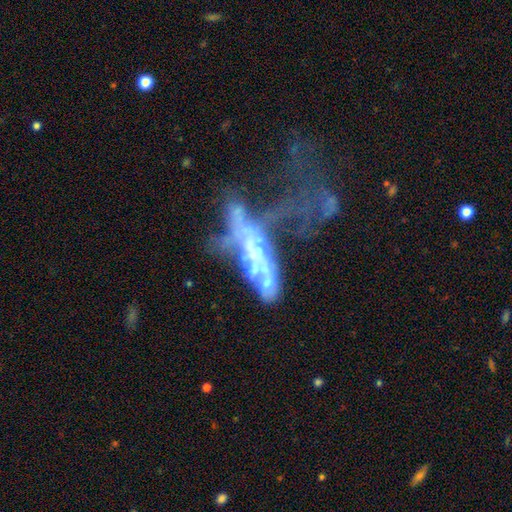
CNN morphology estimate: Q: Smooth or featured?
A: featured or disk (65%); runner-up: smooth (20%)
Q: Edge-on disk?
A: no (81%); runner-up: yes (19%)
Q: Bar?
A: no (80%); runner-up: weak (12%)
Q: Spiral arms?
A: no (79%); runner-up: yes (21%)
Q: Bulge size?
A: none (39%); runner-up: small (29%)
Q: Merging?
A: merger (41%); runner-up: major disturbance (38%)